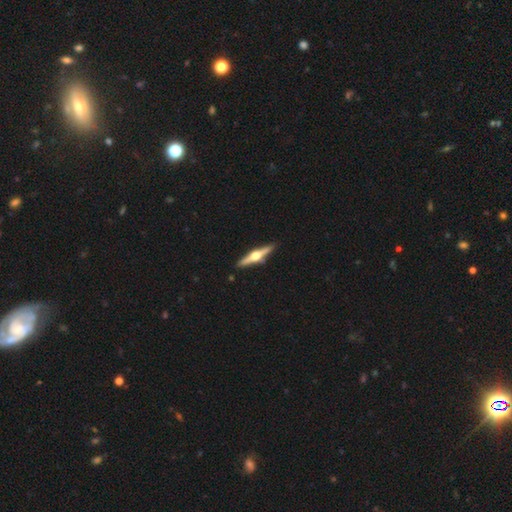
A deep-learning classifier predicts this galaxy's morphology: Overall: featured or disk (78%). Edge-on disk: yes (98%). Edge-on bulge: rounded (96%). Merging: none (91%).